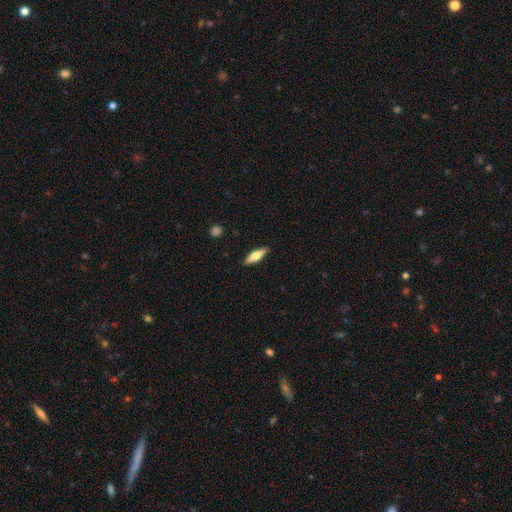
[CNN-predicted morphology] type=smooth (48%); merging=none (89%).